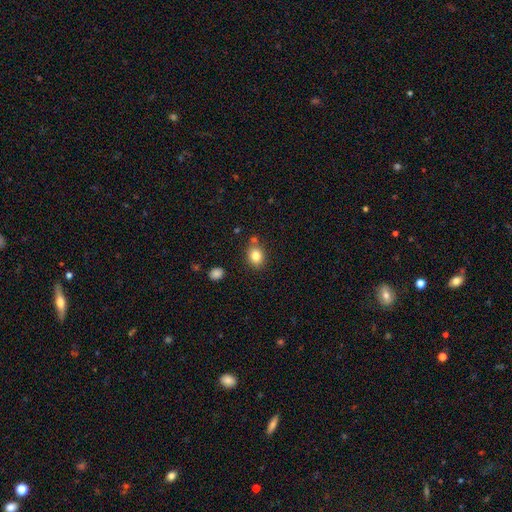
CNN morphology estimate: This is clearly a smooth galaxy (82%). How rounded: possibly in between (57%). Merging: likely none (74%).